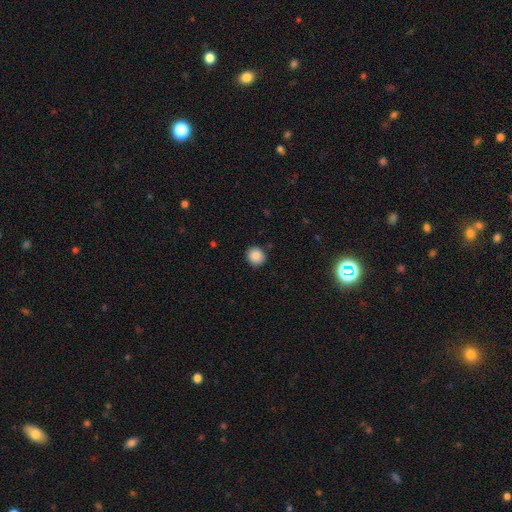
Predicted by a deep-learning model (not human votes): Morphology: type=smooth (88%); roundness=round (89%); merging=none (89%).